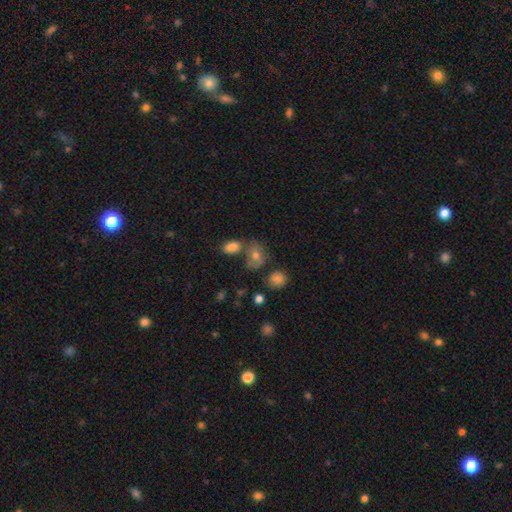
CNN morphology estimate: smooth-or-featured: smooth: 71% | featured or disk: 17% | star or artifact: 12%
  how-rounded: in between: 53% | round: 46% | cigar-shaped: 2%
  merging: none: 53% | minor disturbance: 20% | merger: 19% | major disturbance: 8%